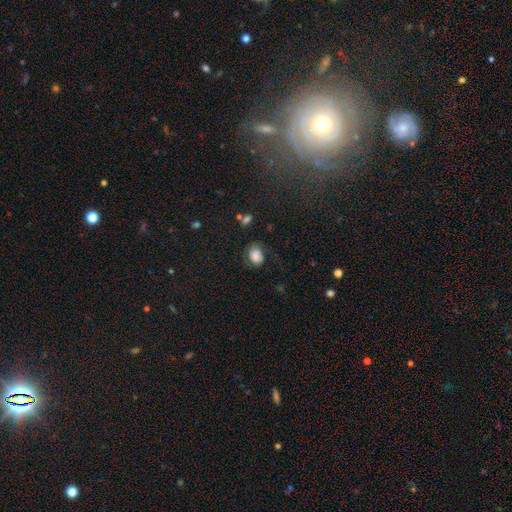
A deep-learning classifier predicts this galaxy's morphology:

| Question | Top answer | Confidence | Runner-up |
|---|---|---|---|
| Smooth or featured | smooth | 73% | featured or disk (16%) |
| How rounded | in between | 68% | round (31%) |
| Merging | none | 55% | minor disturbance (26%) |